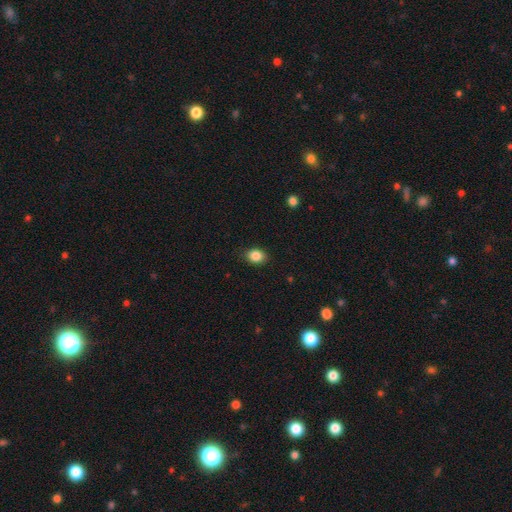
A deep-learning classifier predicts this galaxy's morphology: Overall: smooth (86%). How rounded: in between (60%; round 39%). Merging: none (87%).